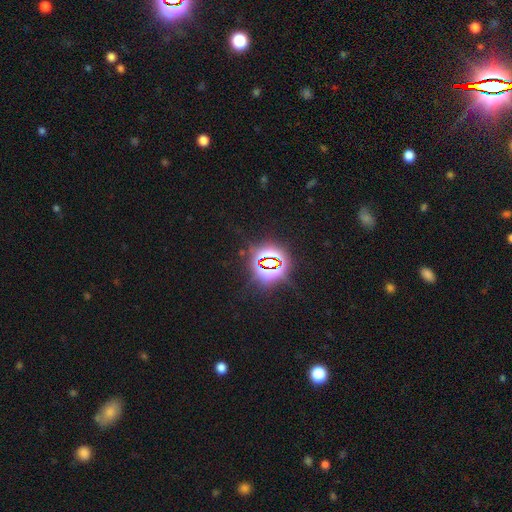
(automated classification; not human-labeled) smooth-or-featured: star or artifact: 82% | smooth: 11% | featured or disk: 7%